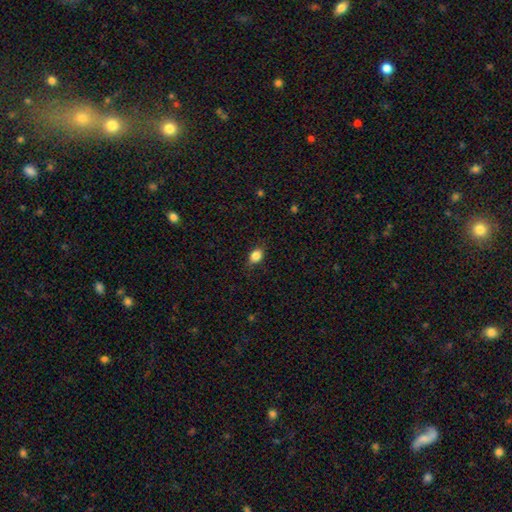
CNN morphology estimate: Smooth or featured? smooth (85%)
How rounded? in between (65%)
Merging? none (80%)